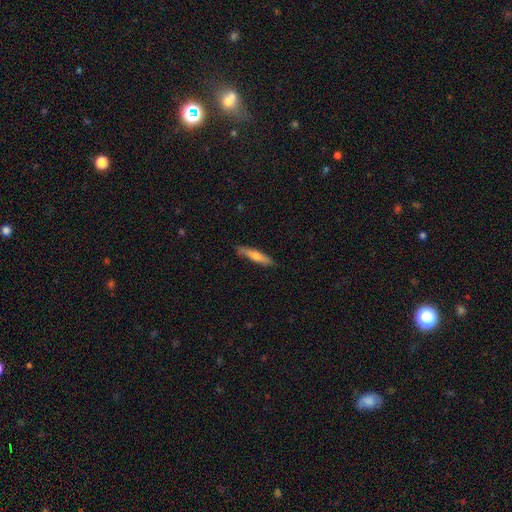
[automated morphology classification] Smooth or featured?
  - smooth: 57% *
  - featured or disk: 38%
  - star or artifact: 6%
How rounded?
  - cigar-shaped: 88% *
  - in between: 10%
  - round: 2%
Merging?
  - none: 85% *
  - minor disturbance: 12%
  - major disturbance: 2%
  - merger: 1%